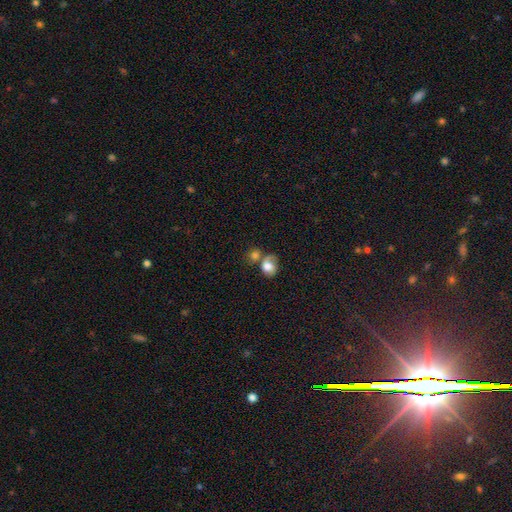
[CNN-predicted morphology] This is likely a smooth galaxy (66%). How rounded: likely round (66%). Merging: marginally merger (42%).